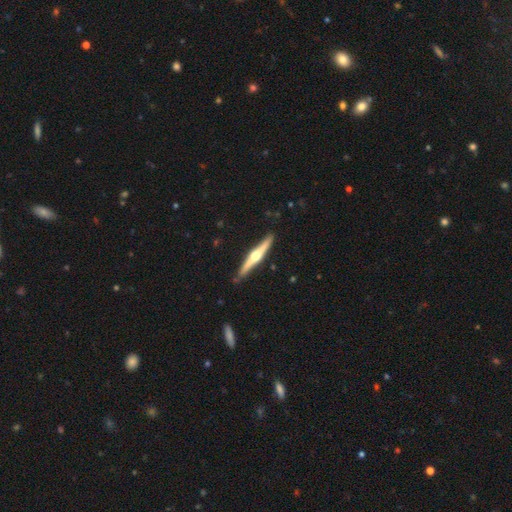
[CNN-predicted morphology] This is likely a featured or disk galaxy (74%). It is clearly viewed edge-on (98%). Edge-on bulge: clearly rounded (94%). Merging: clearly none (87%).